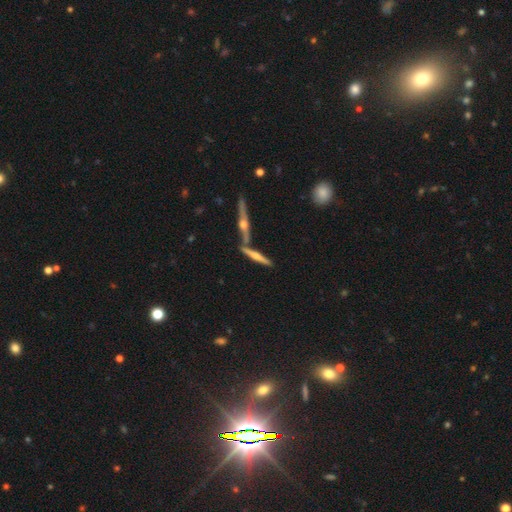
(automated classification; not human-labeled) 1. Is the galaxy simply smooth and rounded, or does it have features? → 66% featured or disk, 27% smooth, 7% star or artifact.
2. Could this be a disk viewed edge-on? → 97% yes, 3% no.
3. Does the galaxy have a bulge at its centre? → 89% rounded, 6% none, 5% boxy.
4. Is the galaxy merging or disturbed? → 69% none, 21% merger, 9% minor disturbance, 2% major disturbance.